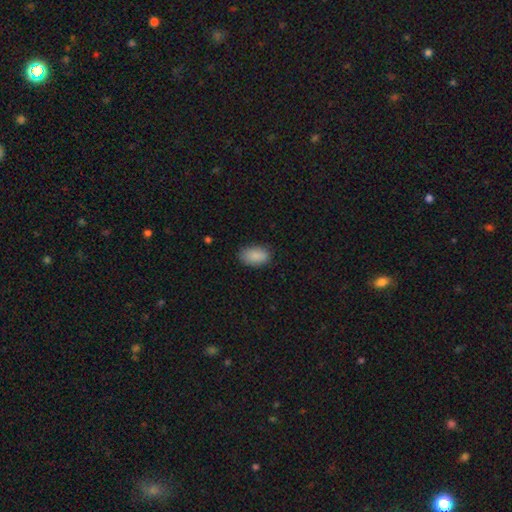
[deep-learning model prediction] smooth_or_featured: smooth (p=0.89) [alt: star or artifact p=0.07]
how_rounded: in between (p=0.92) [alt: round p=0.06]
merging: none (p=0.81) [alt: minor disturbance p=0.15]